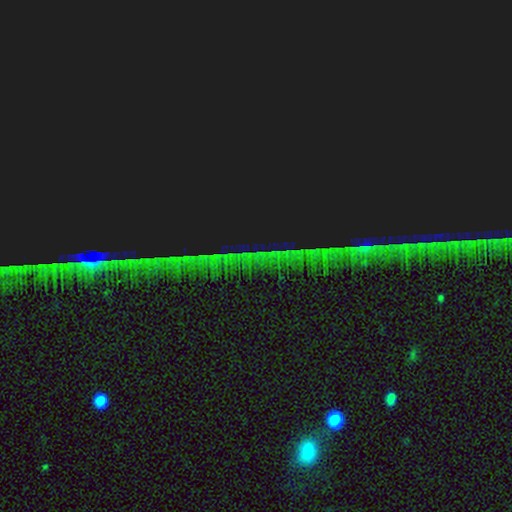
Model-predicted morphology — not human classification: Smooth or featured?
  - star or artifact: 84% *
  - featured or disk: 8%
  - smooth: 8%